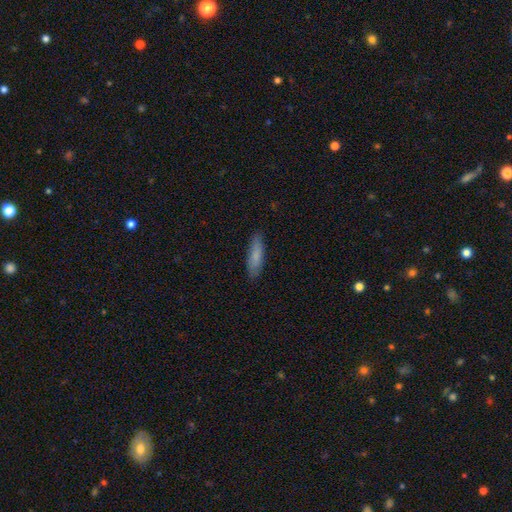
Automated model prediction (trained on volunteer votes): The model was most divided on "how rounded": cigar-shaped: 64%, in between: 35%, round: 1%. More confident: merging — none (83%); smooth or featured — smooth (80%).